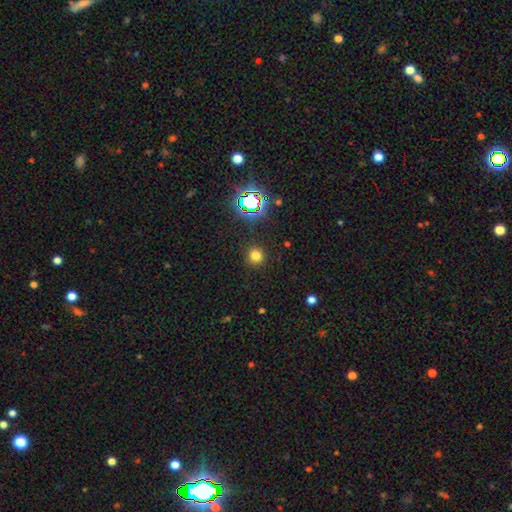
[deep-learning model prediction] Smooth or featured?
  - smooth: 74% *
  - star or artifact: 20%
  - featured or disk: 6%
How rounded?
  - round: 91% *
  - in between: 8%
  - cigar-shaped: 1%
Merging?
  - none: 89% *
  - minor disturbance: 6%
  - major disturbance: 3%
  - merger: 1%